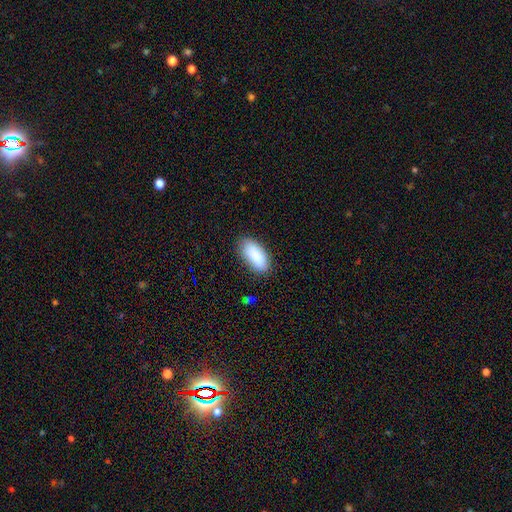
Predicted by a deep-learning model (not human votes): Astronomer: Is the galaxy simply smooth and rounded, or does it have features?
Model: smooth — 89%.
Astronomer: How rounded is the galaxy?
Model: in between — 88%.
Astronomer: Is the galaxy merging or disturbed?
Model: none — 82%.